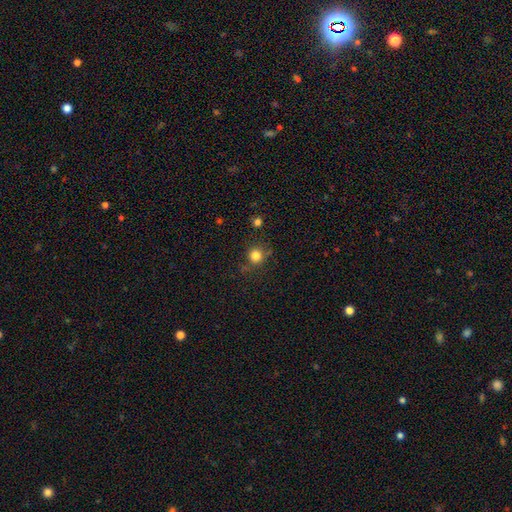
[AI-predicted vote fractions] This is clearly a smooth galaxy (81%). How rounded: clearly round (91%). Merging: likely none (78%).